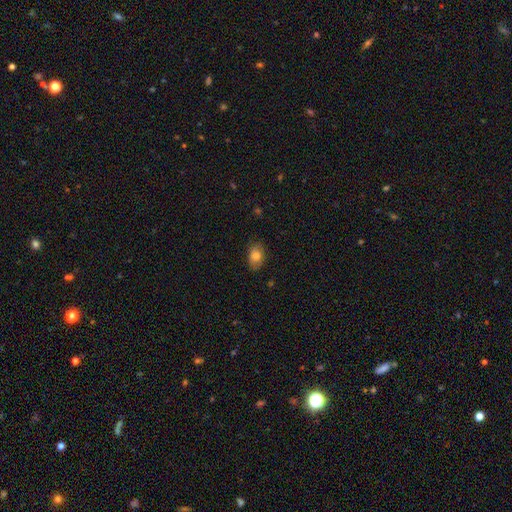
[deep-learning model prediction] A smooth galaxy with no disk features (81%) that is in between round and cigar-shaped (85%).

Vote fractions:
- Smooth or featured? smooth: 81% / featured or disk: 11% / star or artifact: 8%
- How rounded? in between: 85% / round: 13% / cigar-shaped: 1%
- Merging? none: 81% / minor disturbance: 15% / major disturbance: 3% / merger: 1%